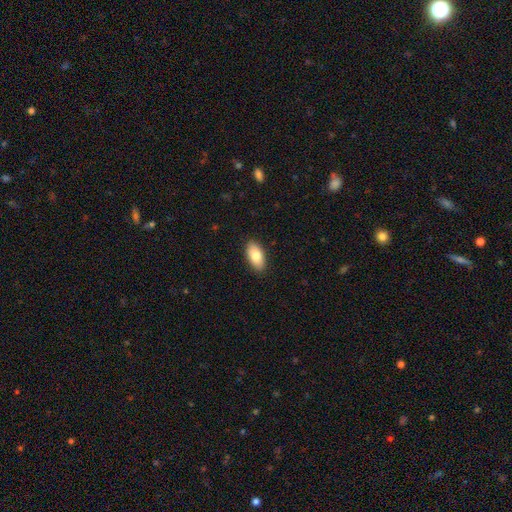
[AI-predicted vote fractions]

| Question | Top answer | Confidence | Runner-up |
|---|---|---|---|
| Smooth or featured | smooth | 82% | featured or disk (12%) |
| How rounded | in between | 92% | cigar-shaped (5%) |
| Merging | none | 89% | minor disturbance (9%) |